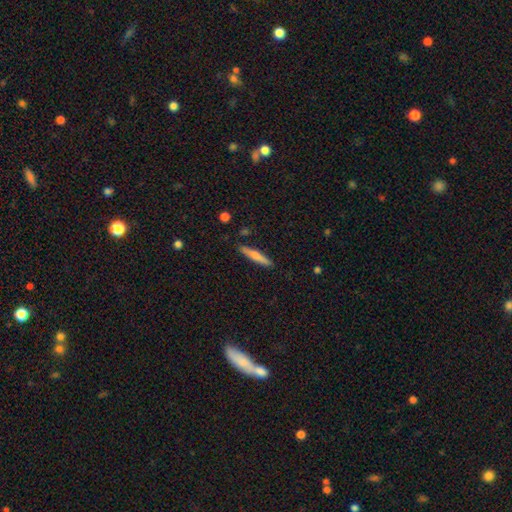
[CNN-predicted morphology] This appears to be a smooth galaxy with no disk features (63%) that is cigar-shaped (91%). Merging: none (88%).